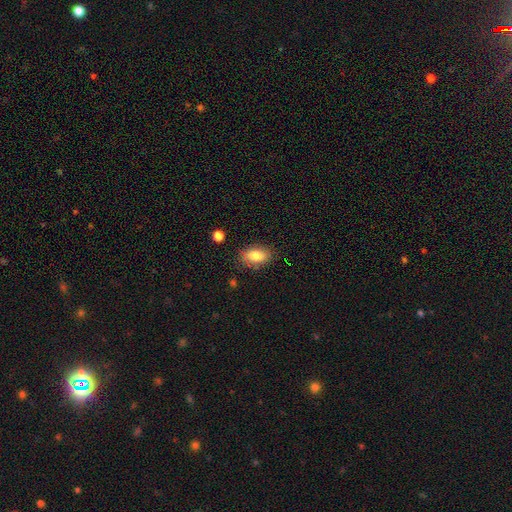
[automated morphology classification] type=smooth (83%); roundness=in between (90%); merging=none (82%).